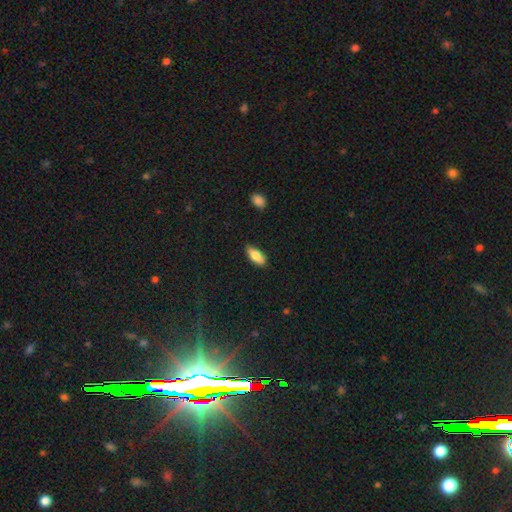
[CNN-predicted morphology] A smooth galaxy with no disk features (78%) that is in between round and cigar-shaped (77%).

Vote fractions:
- Smooth or featured? smooth: 78% / featured or disk: 15% / star or artifact: 7%
- How rounded? in between: 77% / cigar-shaped: 21% / round: 2%
- Merging? none: 83% / minor disturbance: 13% / major disturbance: 2% / merger: 1%